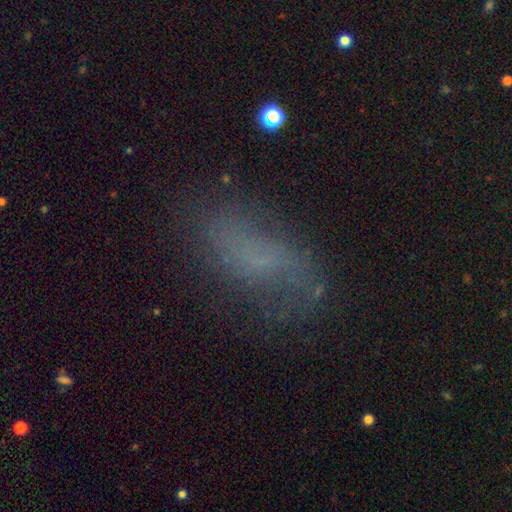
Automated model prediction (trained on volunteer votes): Q: Smooth or featured?
A: smooth (49%); runner-up: featured or disk (35%)
Q: Merging?
A: none (60%); runner-up: minor disturbance (23%)